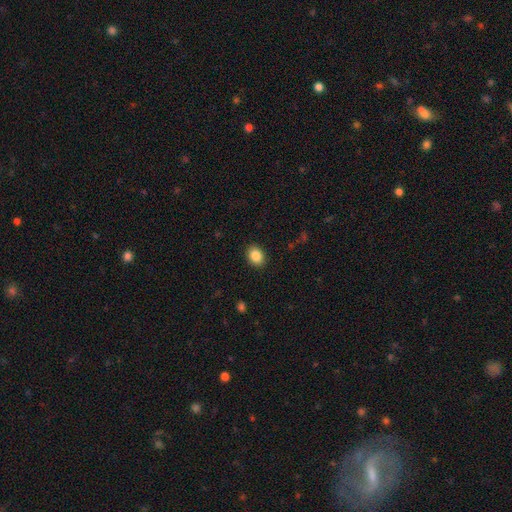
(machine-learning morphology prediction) Smooth or featured? Predicted: smooth (p=0.87). How rounded? Predicted: in between (p=0.64). Merging? Predicted: none (p=0.90).